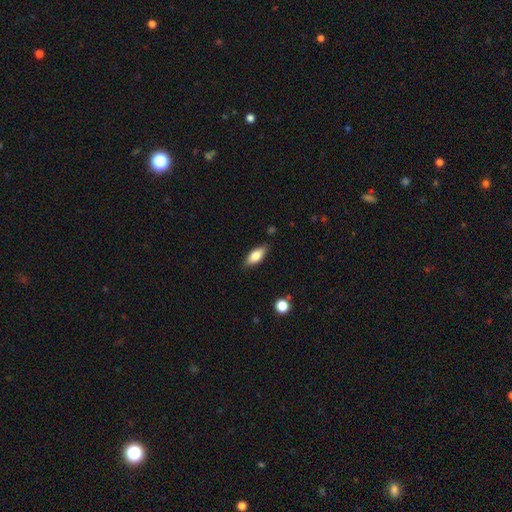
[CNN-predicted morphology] smooth-or-featured: smooth: 75% | featured or disk: 18% | star or artifact: 7%
  how-rounded: in between: 80% | cigar-shaped: 18% | round: 3%
  merging: none: 84% | minor disturbance: 12% | major disturbance: 2% | merger: 2%